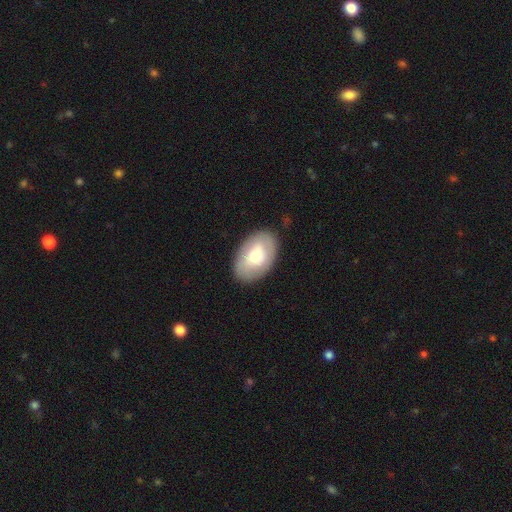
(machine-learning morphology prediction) Overall: smooth (68%). How rounded: in between (90%). Merging: none (84%).